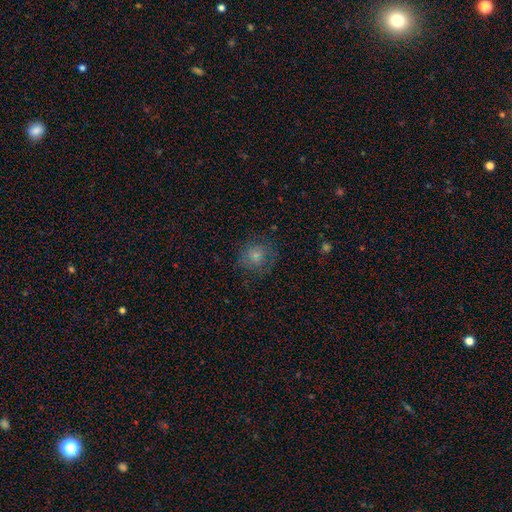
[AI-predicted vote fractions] This appears to be a smooth galaxy with no disk features (61%) that is round (85%). Merging: none (76%).